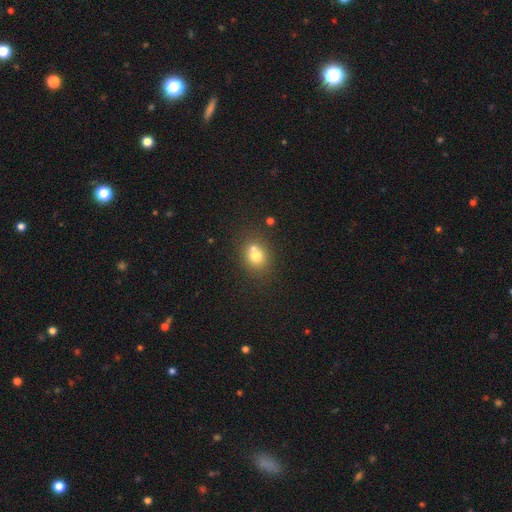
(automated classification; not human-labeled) The model was most divided on "merging": none: 49%, merger: 38%, minor disturbance: 10%, major disturbance: 3%. More confident: smooth or featured — smooth (72%); how rounded — round (64%).